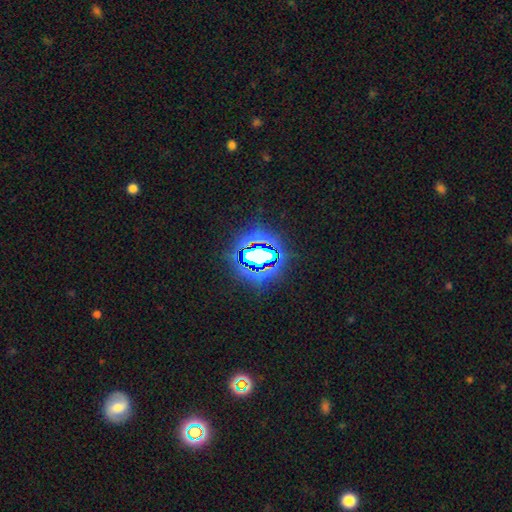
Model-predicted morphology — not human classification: type=star or artifact (69%).